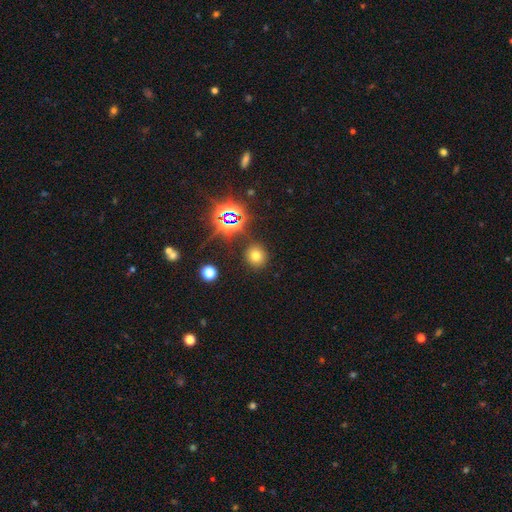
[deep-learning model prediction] Morphology: type=smooth (67%); roundness=round (87%); merging=none (88%).